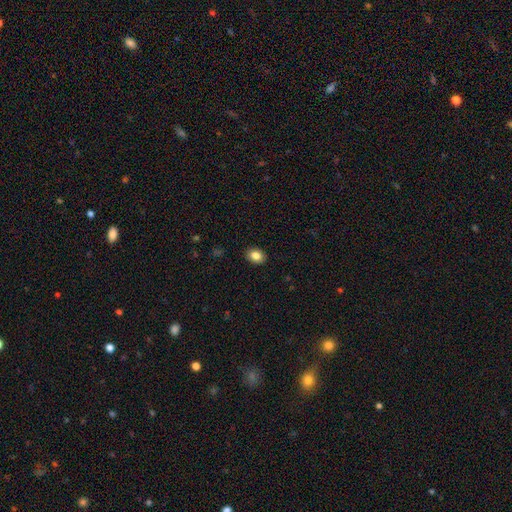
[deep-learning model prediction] A smooth galaxy with no disk features (84%) that is in between round and cigar-shaped (64%).

Vote fractions:
- Smooth or featured? smooth: 84% / star or artifact: 9% / featured or disk: 7%
- How rounded? in between: 64% / round: 35% / cigar-shaped: 1%
- Merging? none: 90% / minor disturbance: 7% / major disturbance: 2% / merger: 1%